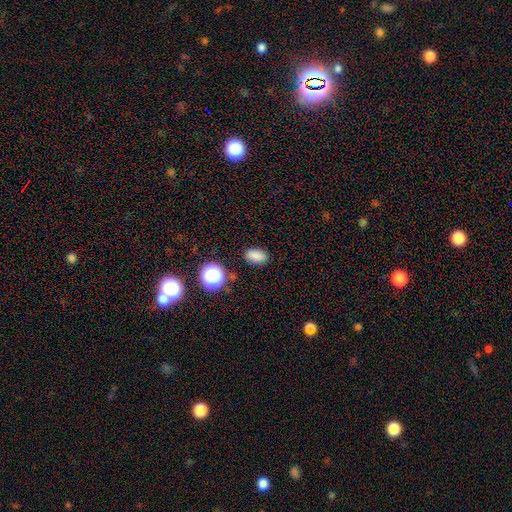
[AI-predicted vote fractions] A smooth galaxy with no disk features (84%) that is in between round and cigar-shaped (86%). Merging: none (85%).